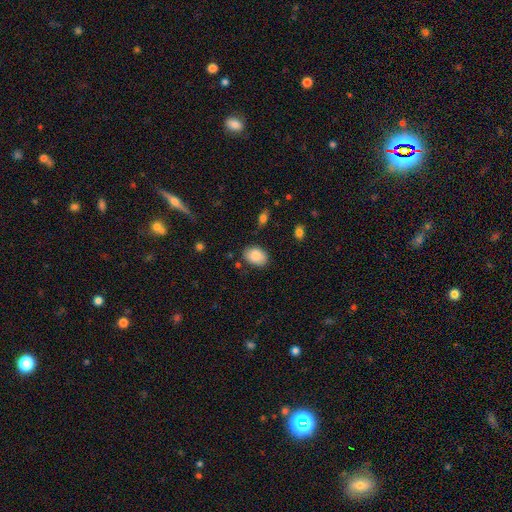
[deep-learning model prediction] Smooth or featured: smooth — 85% (featured or disk — 8%)
How rounded: in between — 80% (round — 19%)
Merging: none — 81% (minor disturbance — 14%)